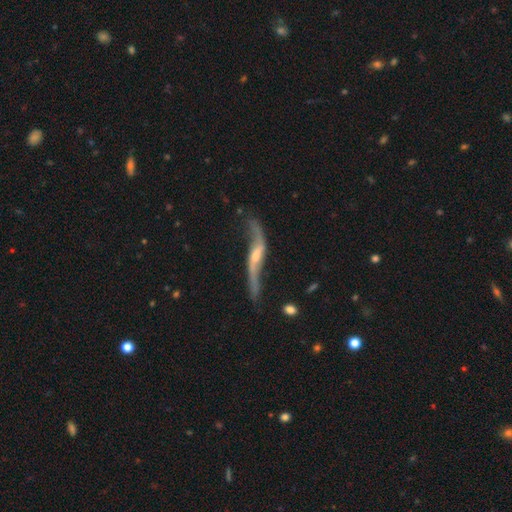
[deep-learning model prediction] Q: Smooth or featured?
A: featured or disk (86%); runner-up: smooth (9%)
Q: Edge-on disk?
A: no (71%); runner-up: yes (29%)
Q: Bar?
A: no (41%); runner-up: weak (40%)
Q: Spiral arms?
A: yes (93%); runner-up: no (7%)
Q: Spiral winding?
A: loose (94%); runner-up: medium (4%)
Q: Spiral arm count?
A: 2 (93%); runner-up: 1 (2%)
Q: Bulge size?
A: small (43%); runner-up: moderate (40%)
Q: Merging?
A: none (62%); runner-up: minor disturbance (21%)